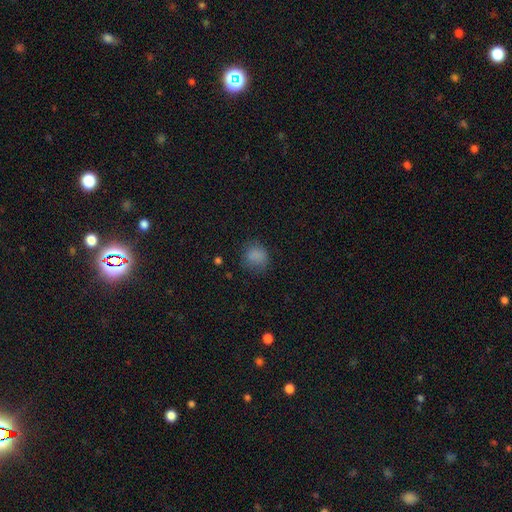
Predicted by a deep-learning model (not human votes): This appears to be a smooth galaxy with no disk features (81%) that is round (77%). Merging: none (71%).